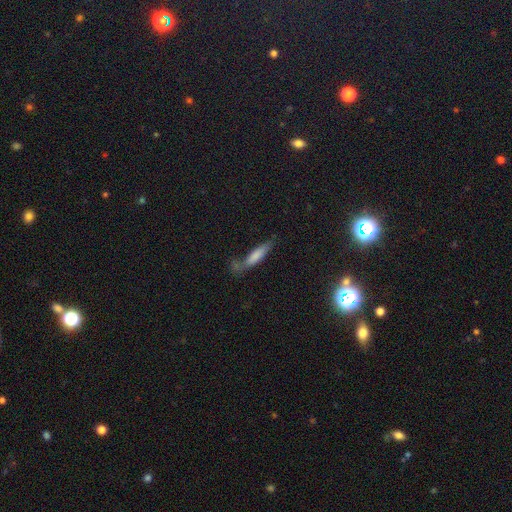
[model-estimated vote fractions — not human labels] Smooth or featured? Predicted: smooth (p=0.75). How rounded? Predicted: cigar-shaped (p=0.74). Merging? Predicted: none (p=0.50).